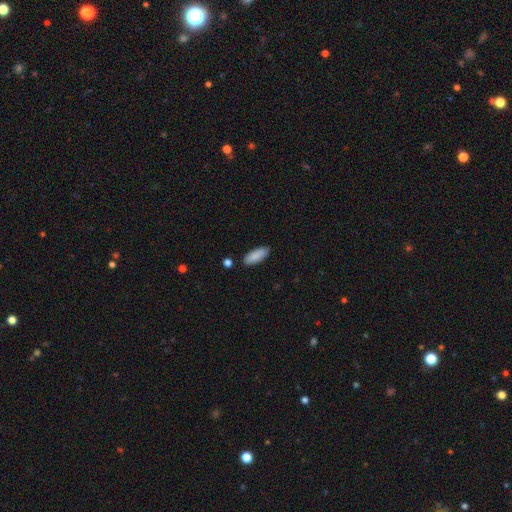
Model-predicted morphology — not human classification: Smooth or featured? Predicted: smooth (p=0.88). How rounded? Predicted: in between (p=0.73). Merging? Predicted: none (p=0.86).